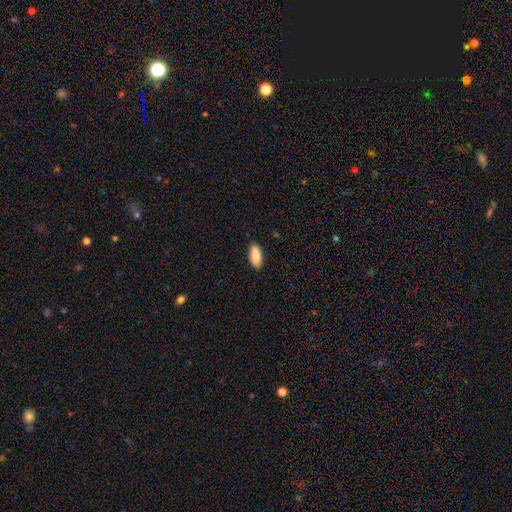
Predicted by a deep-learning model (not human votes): Q: Smooth or featured?
A: smooth (87%); runner-up: featured or disk (7%)
Q: How rounded?
A: in between (88%); runner-up: cigar-shaped (10%)
Q: Merging?
A: none (87%); runner-up: minor disturbance (10%)